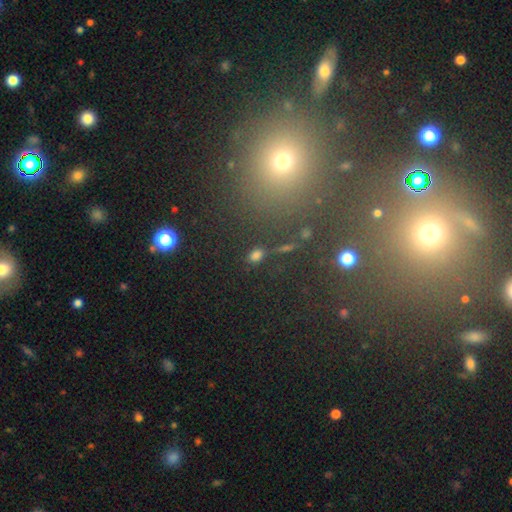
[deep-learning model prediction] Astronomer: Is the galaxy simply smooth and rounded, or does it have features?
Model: smooth — 69%.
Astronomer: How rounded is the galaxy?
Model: in between — 76%.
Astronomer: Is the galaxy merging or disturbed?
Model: none — 76%.